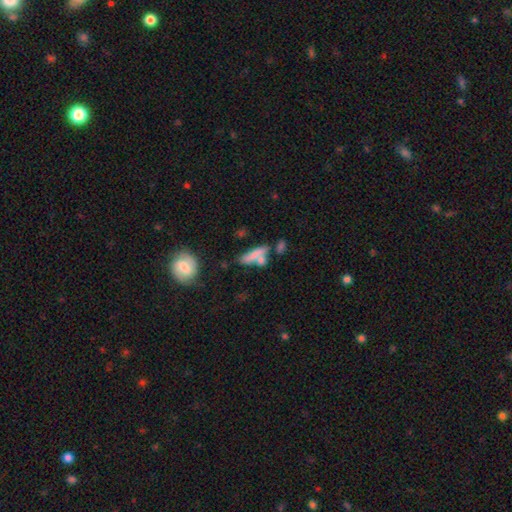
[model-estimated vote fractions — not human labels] Smooth or featured? smooth (68%)
How rounded? cigar-shaped (57%)
Merging? none (43%)